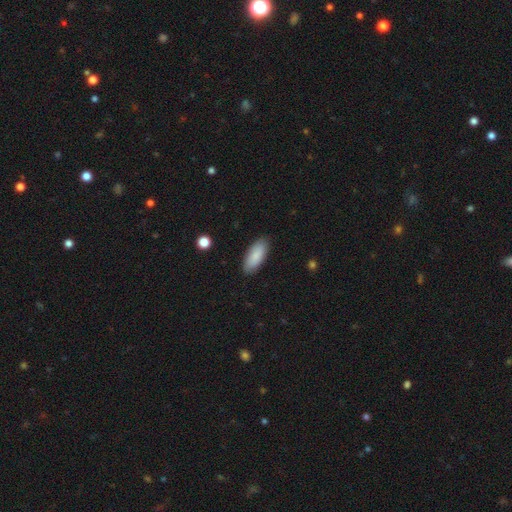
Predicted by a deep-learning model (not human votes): Smooth or featured? smooth (87%)
How rounded? in between (80%)
Merging? none (87%)